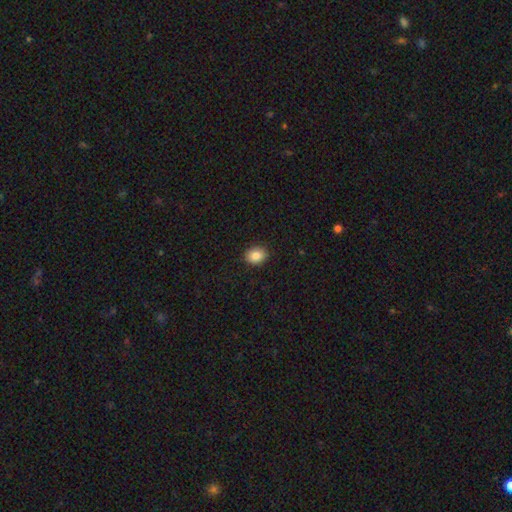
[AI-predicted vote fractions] The model was most divided on "how rounded": in between: 54%, round: 45%, cigar-shaped: 1%. More confident: merging — none (90%); smooth or featured — smooth (86%).